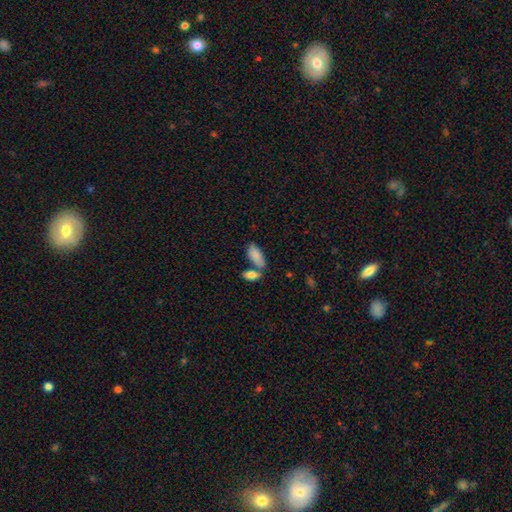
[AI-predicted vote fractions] Overall: smooth (87%). How rounded: in between (86%). Merging: none (52%; merger 31%).